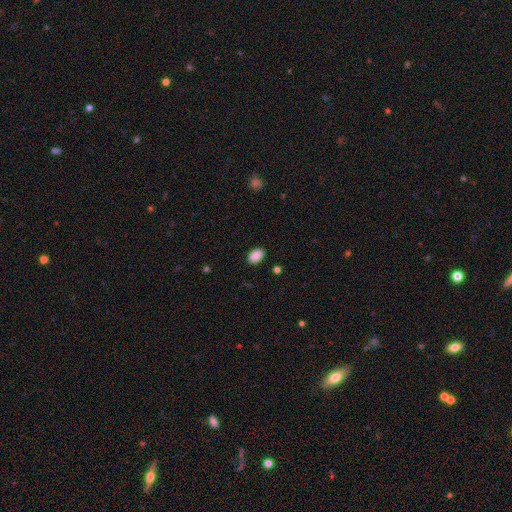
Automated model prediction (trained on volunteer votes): smooth 90%, star or artifact 8%, featured or disk 3%. Down the decision tree: how rounded — in between (85%); merging — none (89%).